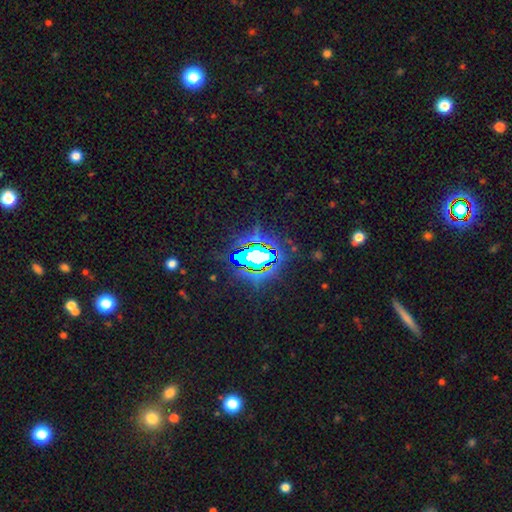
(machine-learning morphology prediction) Smooth or featured?
  - star or artifact: 81% *
  - smooth: 11%
  - featured or disk: 8%